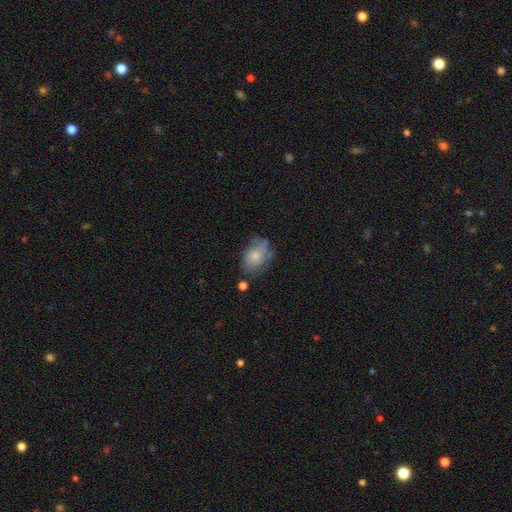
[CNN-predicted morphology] This appears to be a smooth galaxy with no disk features (63%) that is in between round and cigar-shaped (79%). Merging: none (45%).